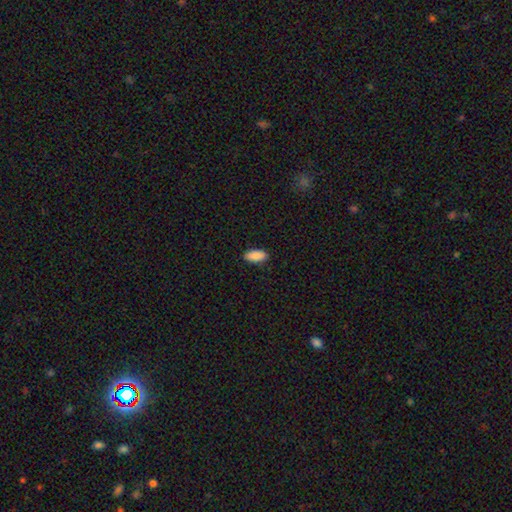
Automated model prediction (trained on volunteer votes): A smooth galaxy with no disk features (90%) that is in between round and cigar-shaped (90%). Merging: none (89%).